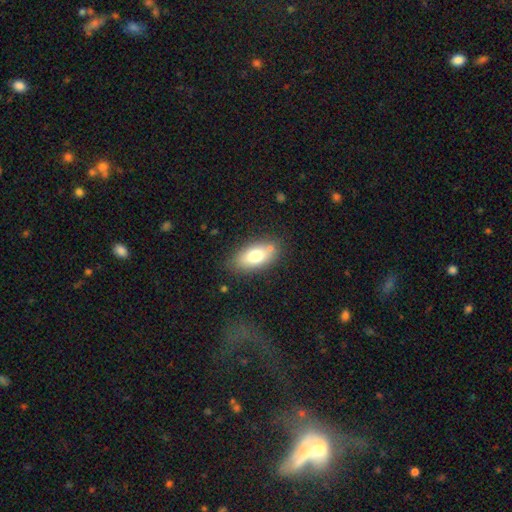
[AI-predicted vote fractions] A smooth galaxy with no disk features (74%) that is in between round and cigar-shaped (89%). Merging: none (76%).